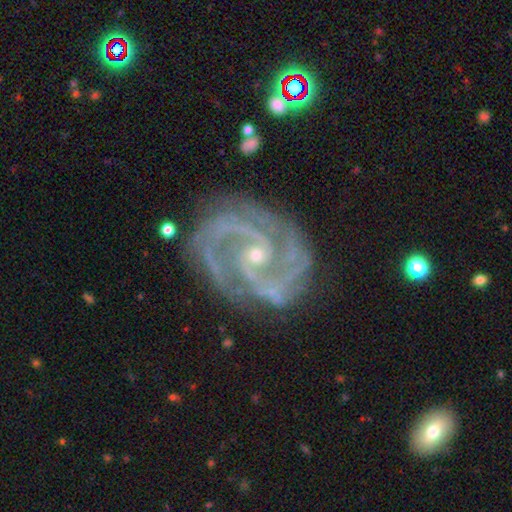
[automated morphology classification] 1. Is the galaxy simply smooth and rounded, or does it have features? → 93% featured or disk, 4% star or artifact, 2% smooth.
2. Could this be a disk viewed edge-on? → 98% no, 2% yes.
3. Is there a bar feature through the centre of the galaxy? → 60% no, 29% weak, 11% strong.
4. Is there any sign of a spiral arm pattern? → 99% yes, 1% no.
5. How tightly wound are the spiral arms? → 53% tight, 42% medium, 6% loose.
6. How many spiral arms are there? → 58% 2, 20% 3, 7% can't tell, 6% 4, 5% more than 4, 5% 1.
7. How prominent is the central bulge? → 65% small, 32% moderate, 1% none, 1% large, 1% dominant.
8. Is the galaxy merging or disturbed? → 76% none, 16% minor disturbance, 6% major disturbance, 2% merger.